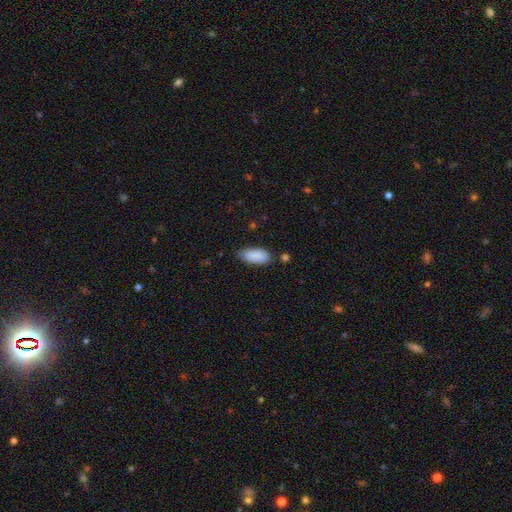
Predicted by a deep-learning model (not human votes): The model was most divided on "merging": none: 73%, minor disturbance: 20%, major disturbance: 3%, merger: 3%. More confident: smooth or featured — smooth (89%); how rounded — in between (89%).